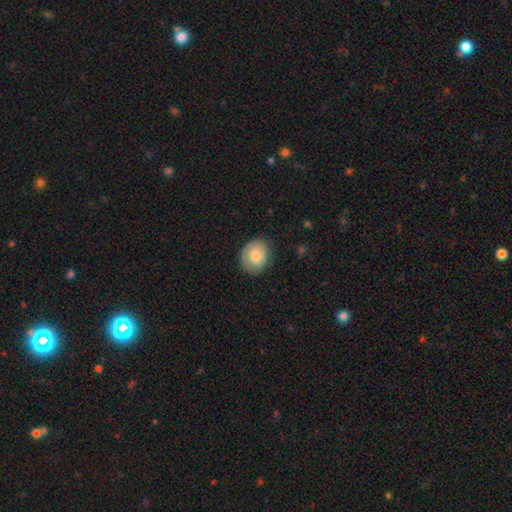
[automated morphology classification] Smooth or featured? smooth (75%)
How rounded? round (63%)
Merging? none (76%)